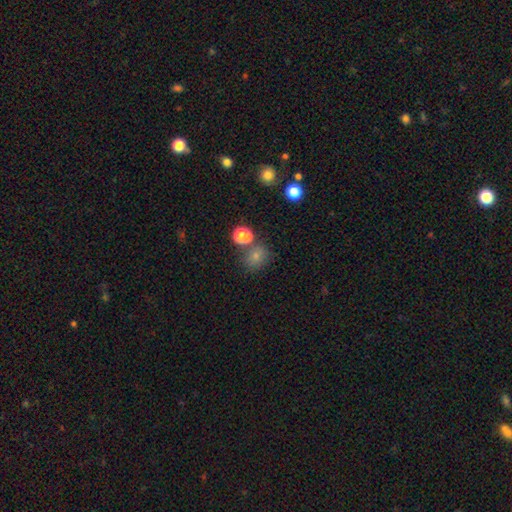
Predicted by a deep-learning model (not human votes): smooth_or_featured: smooth (p=0.72) [alt: star or artifact p=0.19]
how_rounded: round (p=0.66) [alt: in between p=0.33]
merging: none (p=0.63) [alt: merger p=0.19]